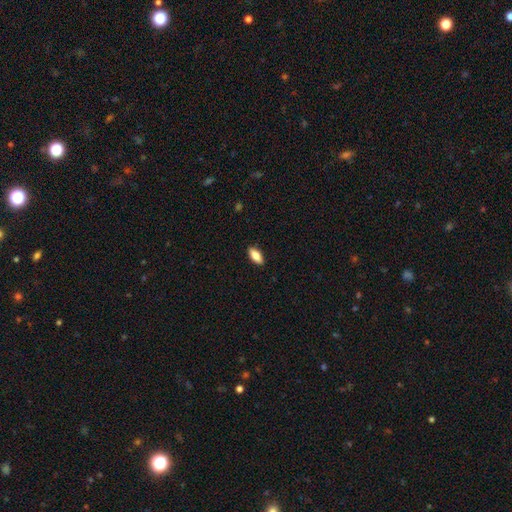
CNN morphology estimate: A smooth galaxy with no disk features (85%) that is in between round and cigar-shaped (86%). Merging: none (89%).